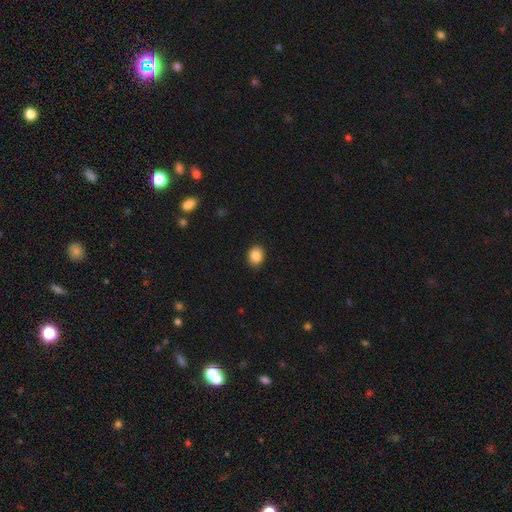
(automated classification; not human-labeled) smooth 87%, star or artifact 8%, featured or disk 4%. Down the decision tree: how rounded — in between (54%); merging — none (89%).